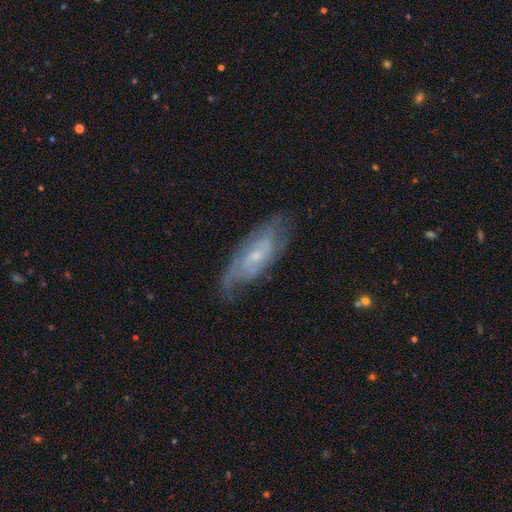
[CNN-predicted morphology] Smooth or featured?
  - featured or disk: 73% *
  - smooth: 20%
  - star or artifact: 7%
Edge-on disk?
  - no: 85% *
  - yes: 15%
Bar?
  - no: 52% *
  - weak: 40%
  - strong: 8%
Spiral arms?
  - yes: 86% *
  - no: 14%
Spiral winding?
  - tight: 42% *
  - medium: 41%
  - loose: 17%
Spiral arm count?
  - can't tell: 43% *
  - 2: 38%
  - 3: 8%
  - 1: 5%
  - 4: 3%
  - more than 4: 3%
Bulge size?
  - small: 67% *
  - moderate: 26%
  - none: 5%
  - large: 1%
  - dominant: 1%
Merging?
  - none: 65% *
  - minor disturbance: 24%
  - major disturbance: 9%
  - merger: 2%